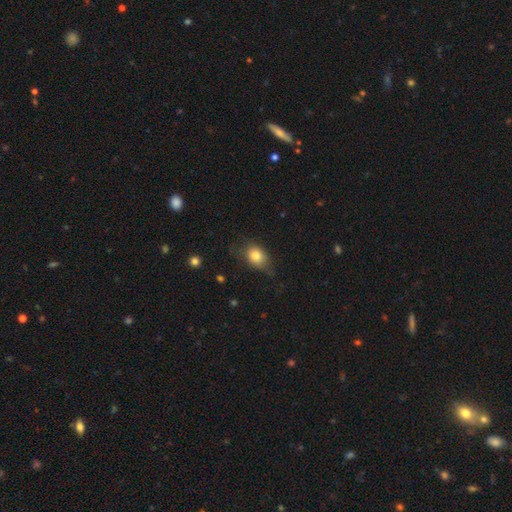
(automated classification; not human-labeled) smooth 79%, featured or disk 12%, star or artifact 9%. Down the decision tree: how rounded — in between (64%); merging — none (57%).